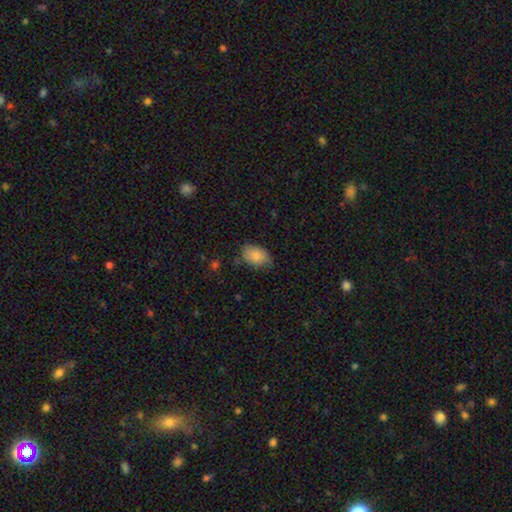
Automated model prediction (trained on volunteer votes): The model was most divided on "merging": none: 64%, minor disturbance: 29%, major disturbance: 6%, merger: 2%. More confident: how rounded — in between (86%); smooth or featured — smooth (84%).